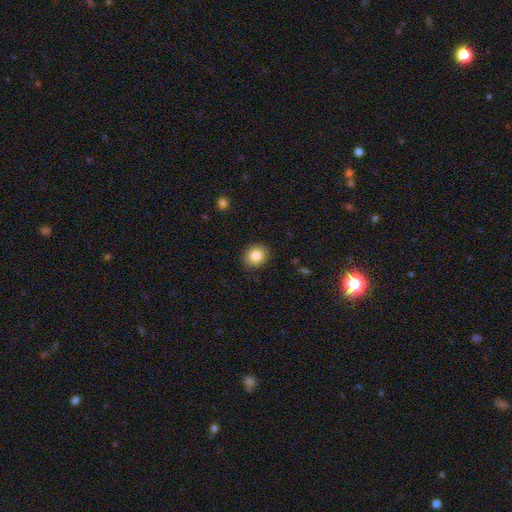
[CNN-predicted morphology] This is clearly a smooth galaxy (85%). How rounded: likely round (76%). Merging: clearly none (90%).